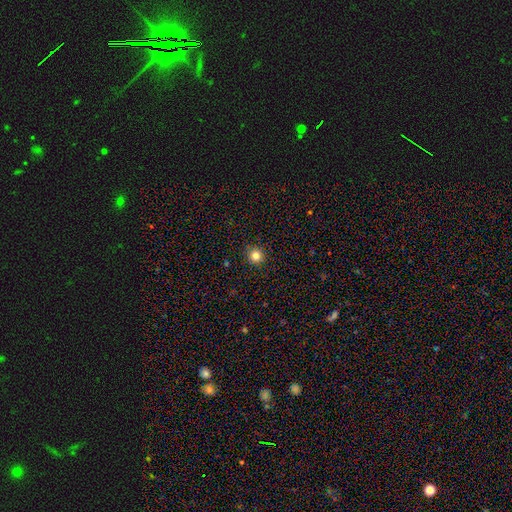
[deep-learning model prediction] Overall: smooth (82%). How rounded: round (95%). Merging: none (93%).